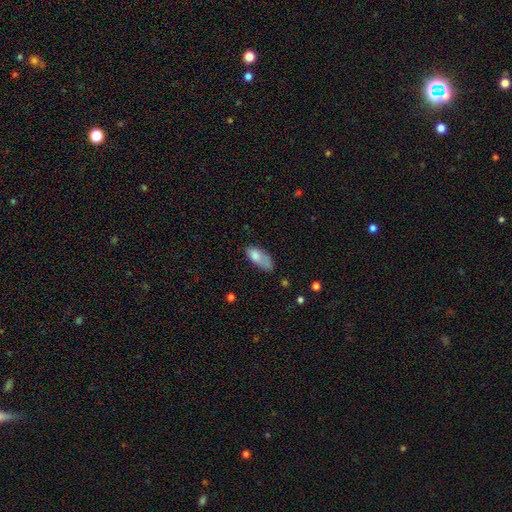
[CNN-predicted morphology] The model was most divided on "merging": none: 36%, minor disturbance: 35%, major disturbance: 22%, merger: 7%. More confident: how rounded — in between (84%); smooth or featured — smooth (76%).